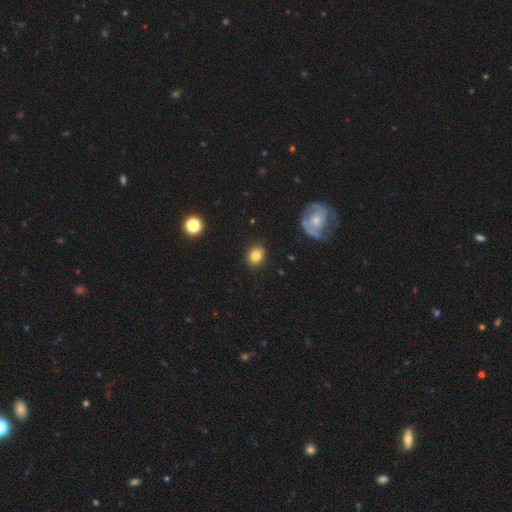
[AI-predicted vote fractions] smooth_or_featured: smooth (p=0.81) [alt: star or artifact p=0.10]
how_rounded: round (p=0.54) [alt: in between p=0.45]
merging: none (p=0.85) [alt: minor disturbance p=0.11]